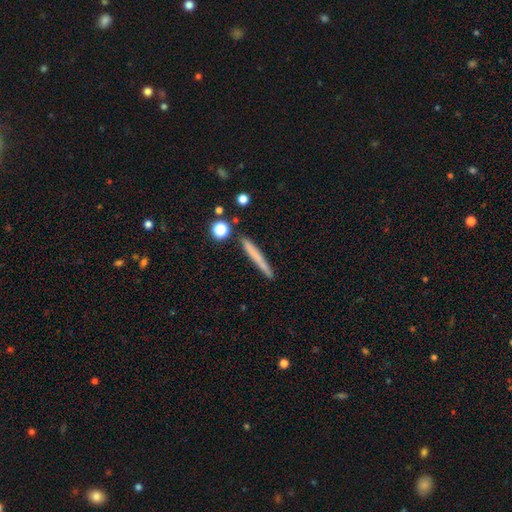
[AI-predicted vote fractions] Overall: smooth (64%; featured or disk 28%). How rounded: cigar-shaped (96%). Merging: none (87%).